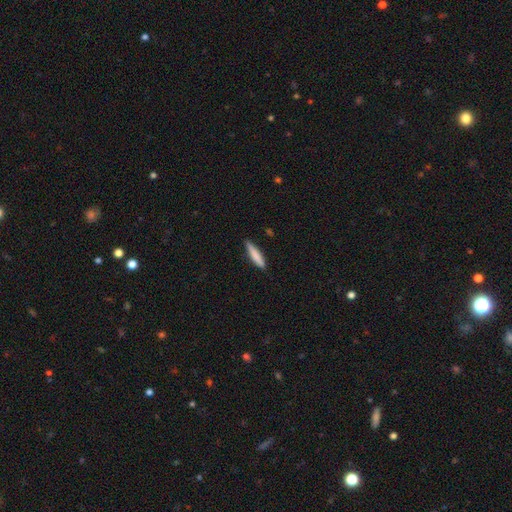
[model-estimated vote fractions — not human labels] This appears to be a smooth galaxy with no disk features (79%) that is cigar-shaped (85%). Merging: none (81%).